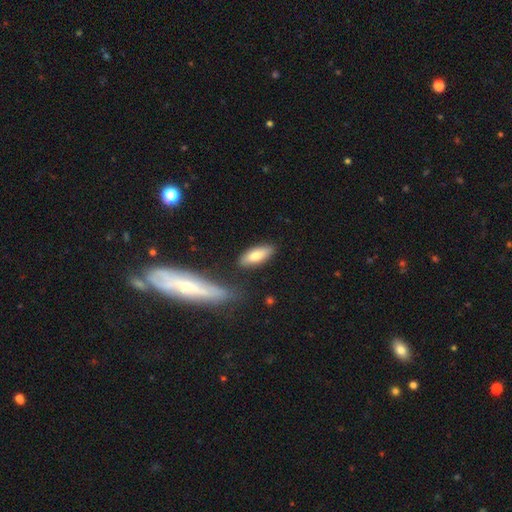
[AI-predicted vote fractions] The model was most divided on "how rounded": in between: 71%, cigar-shaped: 26%, round: 2%. More confident: merging — none (79%); smooth or featured — smooth (77%).